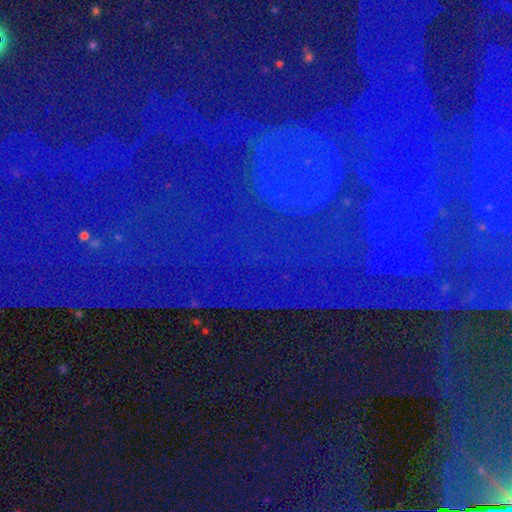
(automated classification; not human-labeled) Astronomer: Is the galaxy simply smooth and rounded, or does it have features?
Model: star or artifact — 83%.